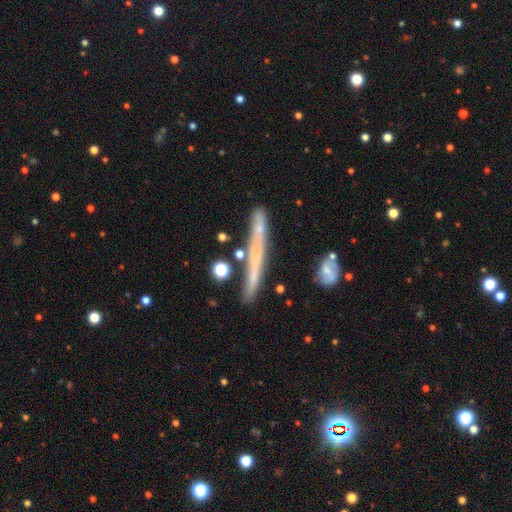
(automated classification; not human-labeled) Overall: smooth (46%; featured or disk 44%). Merging: none (77%).